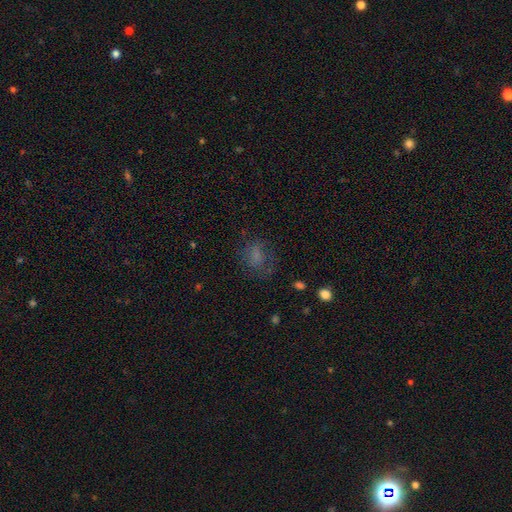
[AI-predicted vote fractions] smooth_or_featured: smooth (p=0.63) [alt: featured or disk p=0.20]
how_rounded: in between (p=0.51) [alt: round p=0.48]
merging: none (p=0.55) [alt: minor disturbance p=0.21]